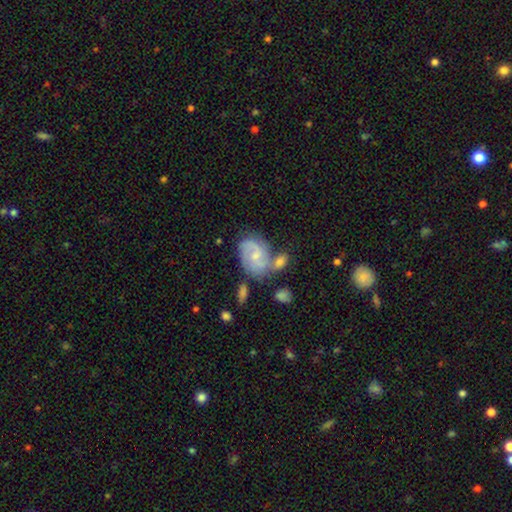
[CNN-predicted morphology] A featured or disk galaxy (69%) with no bar (50%), 2 (74%) medium (48%) spiral arms (89%) and a small central bulge (55%).

Vote fractions:
- Smooth or featured? featured or disk: 69% / smooth: 24% / star or artifact: 7%
- Edge-on disk? no: 97% / yes: 3%
- Bar? no: 50% / weak: 43% / strong: 7%
- Spiral arms? yes: 89% / no: 11%
- Spiral winding? medium: 48% / tight: 26% / loose: 25%
- Spiral arm count? 2: 74% / can't tell: 13% / 1: 6% / 3: 4% / 4: 1% / more than 4: 1%
- Bulge size? small: 55% / moderate: 35% / none: 8% / large: 2% / dominant: 1%
- Merging? none: 44% / merger: 26% / minor disturbance: 21% / major disturbance: 10%